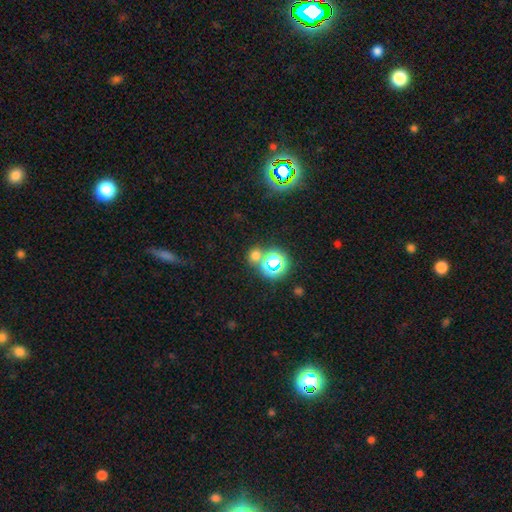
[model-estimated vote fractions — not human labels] A smooth galaxy with no disk features (58%) that is round (82%).

Vote fractions:
- Smooth or featured? smooth: 58% / star or artifact: 36% / featured or disk: 7%
- How rounded? round: 82% / in between: 17% / cigar-shaped: 1%
- Merging? none: 65% / merger: 24% / minor disturbance: 7% / major disturbance: 4%